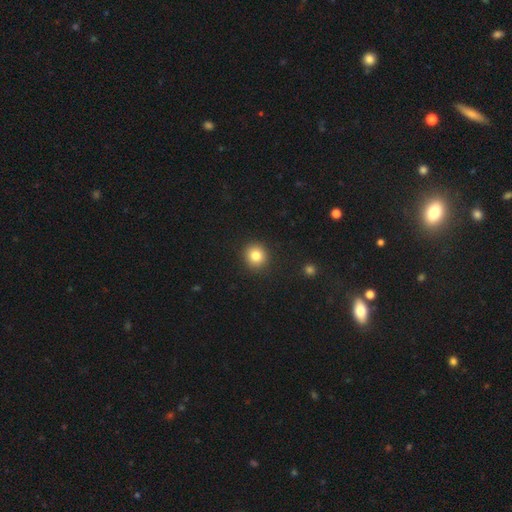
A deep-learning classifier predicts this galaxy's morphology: smooth_or_featured: smooth (p=0.82) [alt: star or artifact p=0.11]
how_rounded: round (p=0.91) [alt: in between p=0.08]
merging: none (p=0.92) [alt: minor disturbance p=0.05]